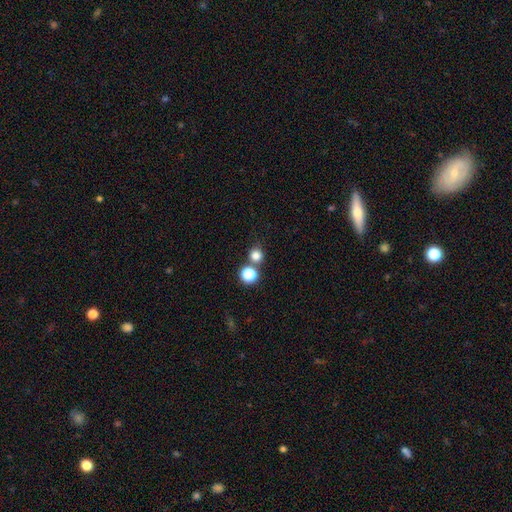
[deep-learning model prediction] The model was most divided on "merging": none: 68%, merger: 22%, minor disturbance: 7%, major disturbance: 3%. More confident: how rounded — round (88%); smooth or featured — smooth (79%).